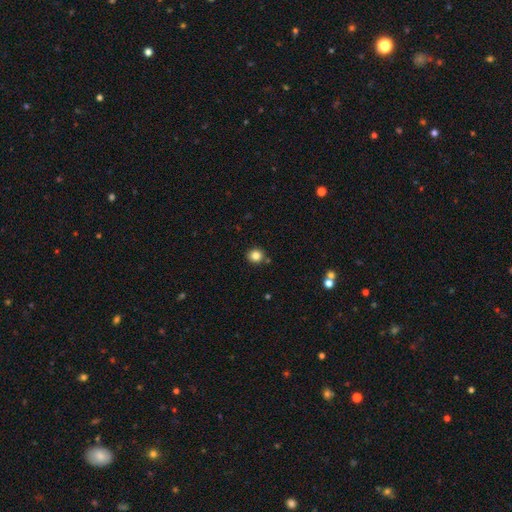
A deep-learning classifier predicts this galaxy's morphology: Smooth or featured? smooth (84%)
How rounded? round (89%)
Merging? none (86%)